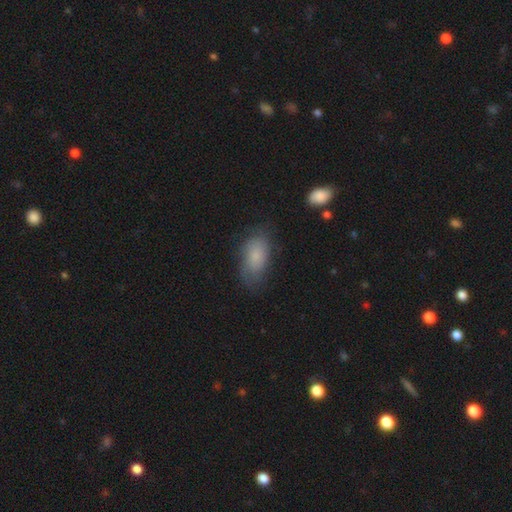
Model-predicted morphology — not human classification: Smooth or featured? smooth (67%)
How rounded? in between (91%)
Merging? none (62%)